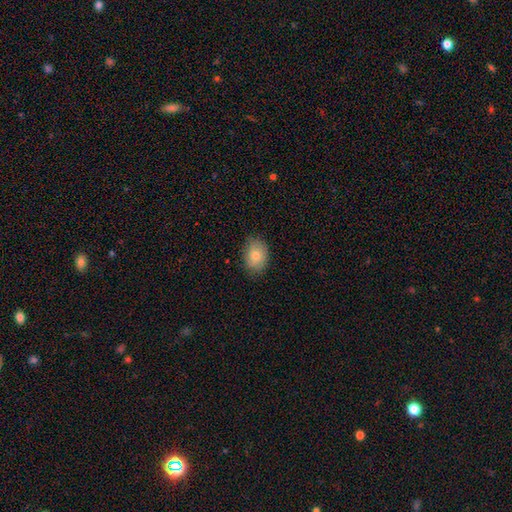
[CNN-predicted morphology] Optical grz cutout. It shows a smooth galaxy with no disk features (83%) that is in between round and cigar-shaped (75%). Merging: none (80%).